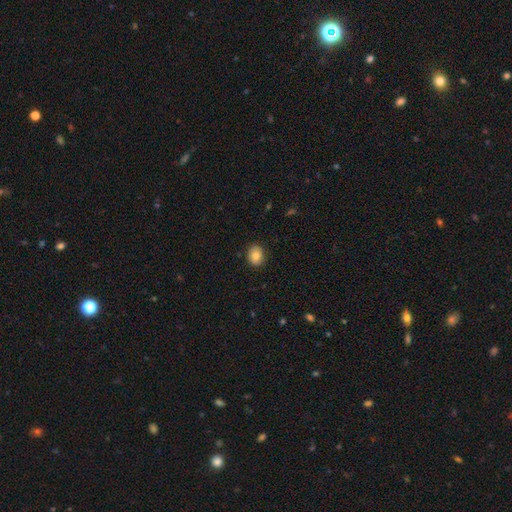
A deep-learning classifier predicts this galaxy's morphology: smooth-or-featured: smooth: 81% | featured or disk: 11% | star or artifact: 8%
  how-rounded: in between: 50% (tied) | round: 50% (tied) | cigar-shaped: 1%
  merging: none: 87% | minor disturbance: 10% | major disturbance: 2% | merger: 1%